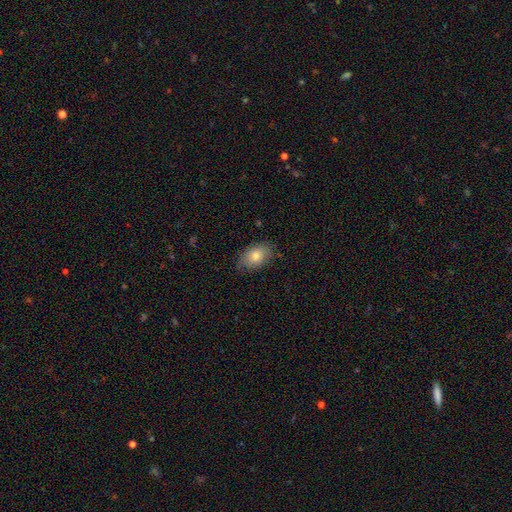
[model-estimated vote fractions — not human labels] Morphology: type=smooth (77%); roundness=in between (86%); merging=none (78%).